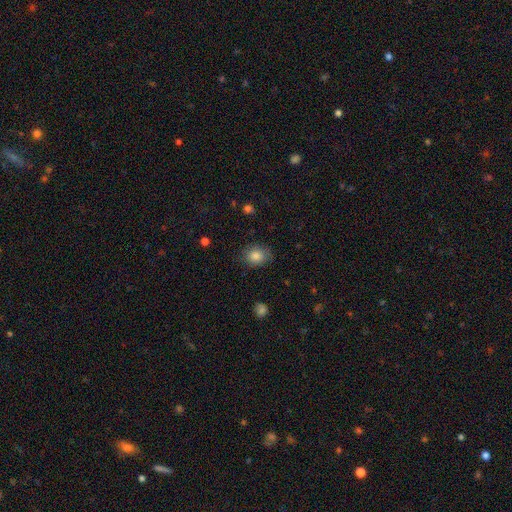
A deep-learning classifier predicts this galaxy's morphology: A smooth galaxy with no disk features (84%) that is round (50%). Merging: none (78%).